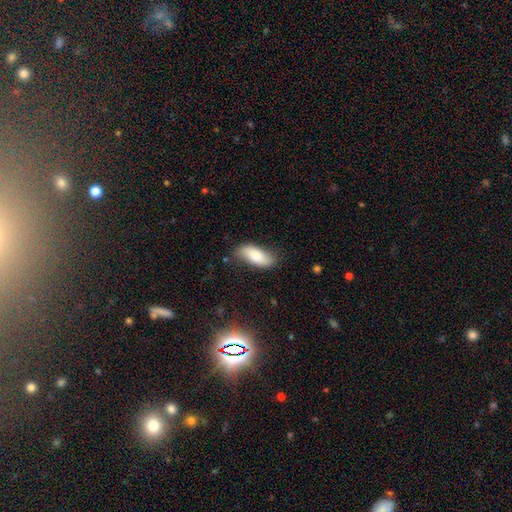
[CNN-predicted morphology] smooth_or_featured: smooth (p=0.78) [alt: featured or disk p=0.16]
how_rounded: in between (p=0.80) [alt: cigar-shaped p=0.18]
merging: none (p=0.74) [alt: minor disturbance p=0.20]